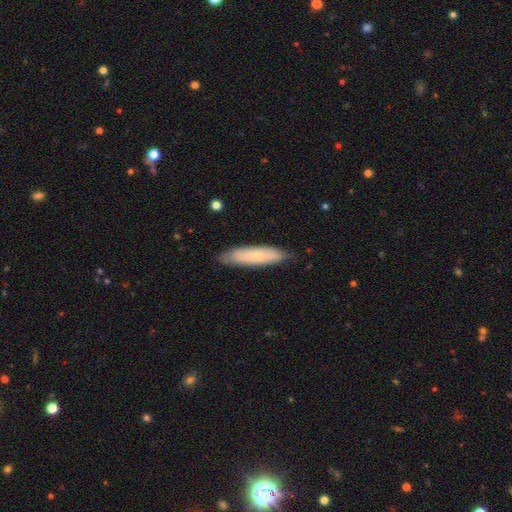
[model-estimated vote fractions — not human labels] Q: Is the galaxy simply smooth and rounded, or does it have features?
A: smooth — 65%.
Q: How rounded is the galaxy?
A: cigar-shaped — 73%.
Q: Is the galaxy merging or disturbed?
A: none — 82%.